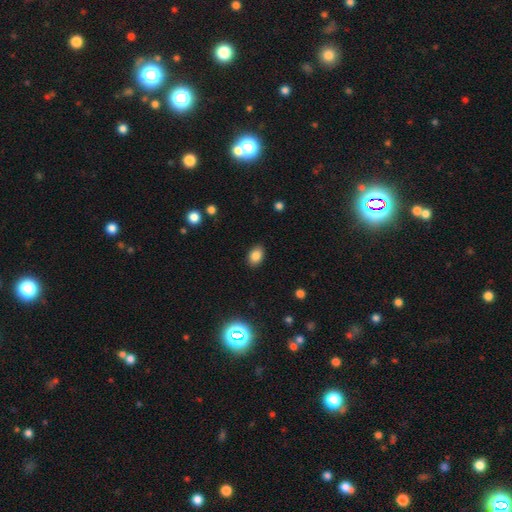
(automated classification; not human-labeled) Smooth or featured: smooth — 84% (star or artifact — 10%)
How rounded: in between — 82% (round — 17%)
Merging: none — 88% (minor disturbance — 9%)